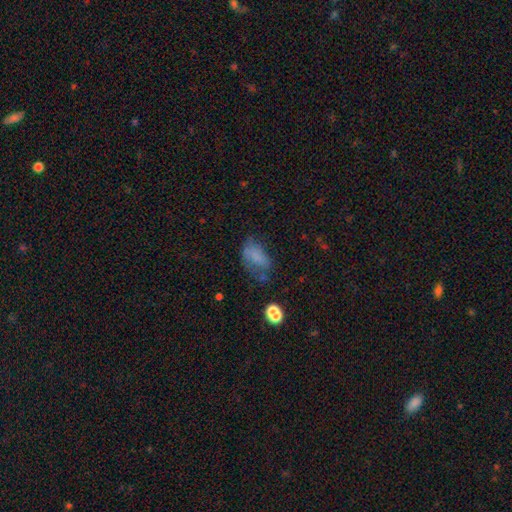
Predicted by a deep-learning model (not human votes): A smooth galaxy with no disk features (67%) that is in between round and cigar-shaped (88%). Merging: none (38%).